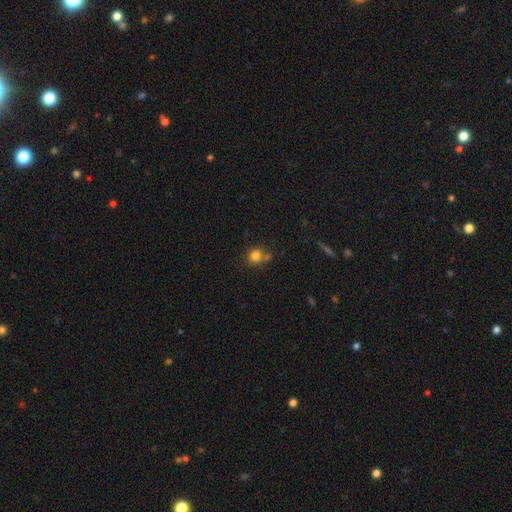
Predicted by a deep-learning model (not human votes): Smooth or featured? Predicted: smooth (p=0.81). How rounded? Predicted: round (p=0.86). Merging? Predicted: none (p=0.64).